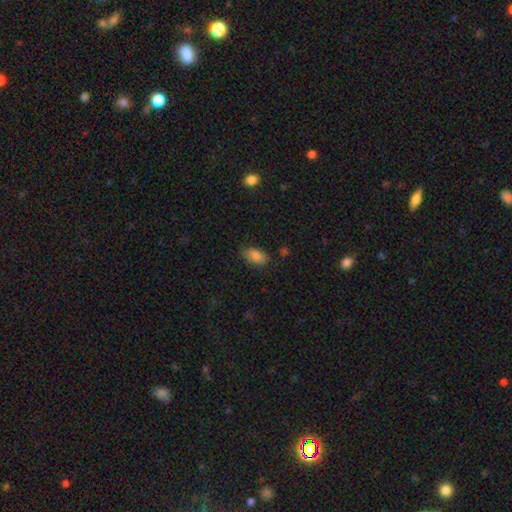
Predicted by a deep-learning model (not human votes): Smooth or featured? smooth (85%)
How rounded? in between (92%)
Merging? none (79%)